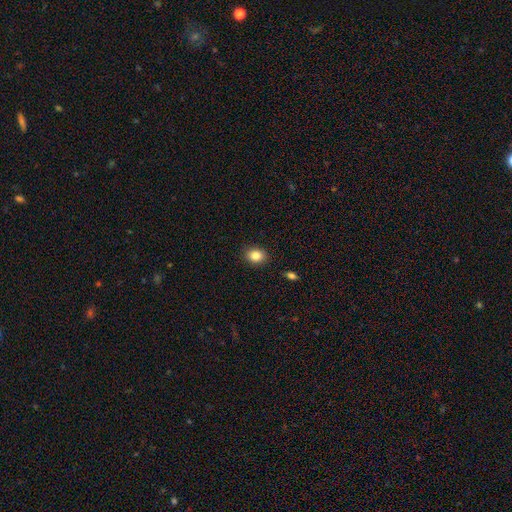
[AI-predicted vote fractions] Overall: smooth (84%). How rounded: in between (54%; round 45%). Merging: none (89%).